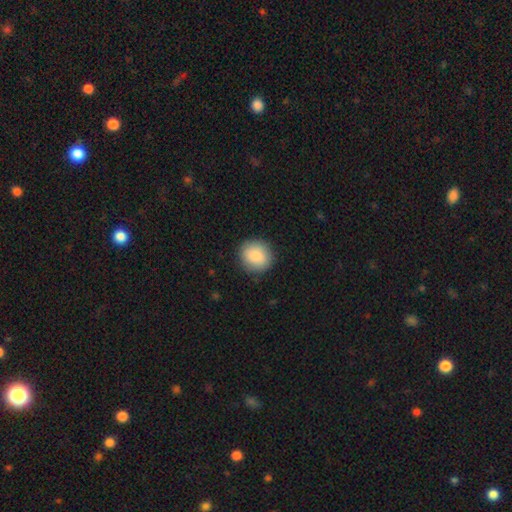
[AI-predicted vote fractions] smooth_or_featured: smooth (p=0.89) [alt: star or artifact p=0.07]
how_rounded: round (p=0.87) [alt: in between p=0.12]
merging: none (p=0.89) [alt: minor disturbance p=0.08]